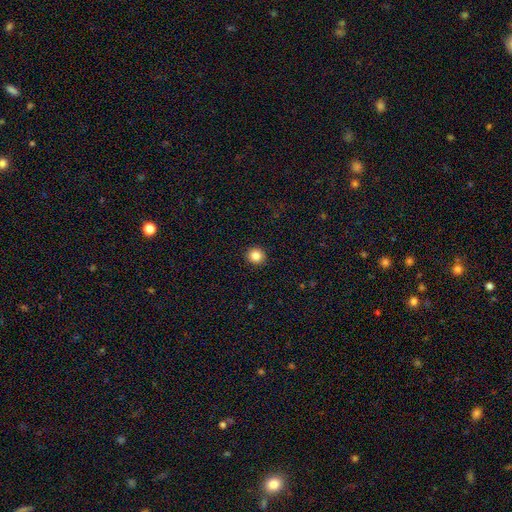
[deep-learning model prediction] The model was most divided on "smooth or featured": smooth: 85%, star or artifact: 10%, featured or disk: 5%. More confident: merging — none (93%); how rounded — round (93%).